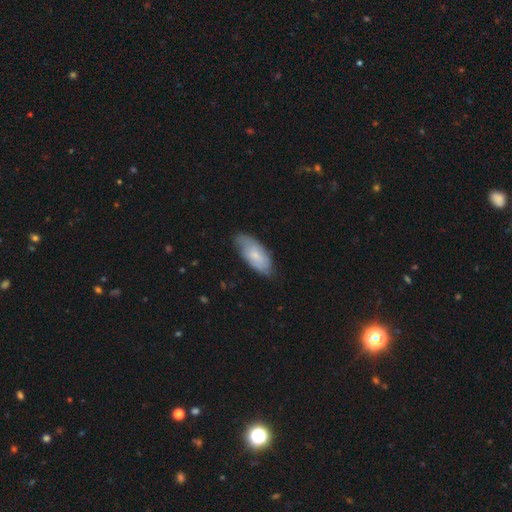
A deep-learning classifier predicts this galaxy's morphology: type=smooth (67%); roundness=in between (87%); merging=none (70%).